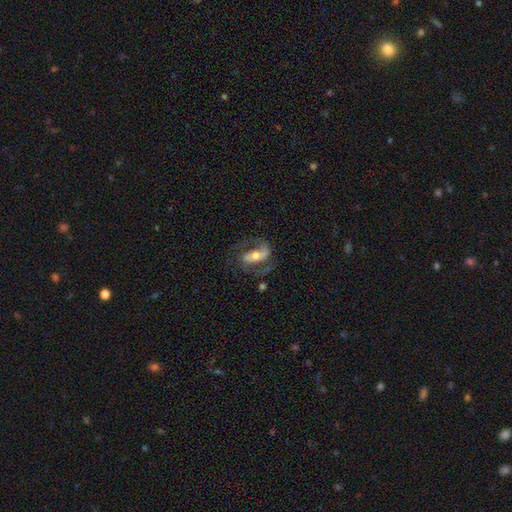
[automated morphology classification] A featured or disk galaxy (78%) with a strong bar (50%), 2 (85%) medium (51%) spiral arms (91%) and a moderate central bulge (58%). Merging: none (64%).